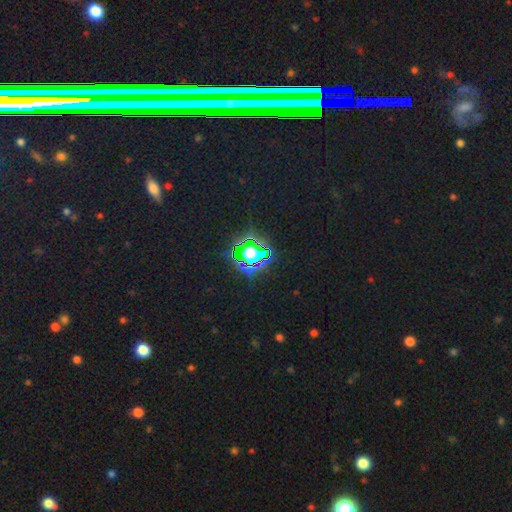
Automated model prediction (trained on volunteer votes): A star or artifact, not a galaxy (67%).